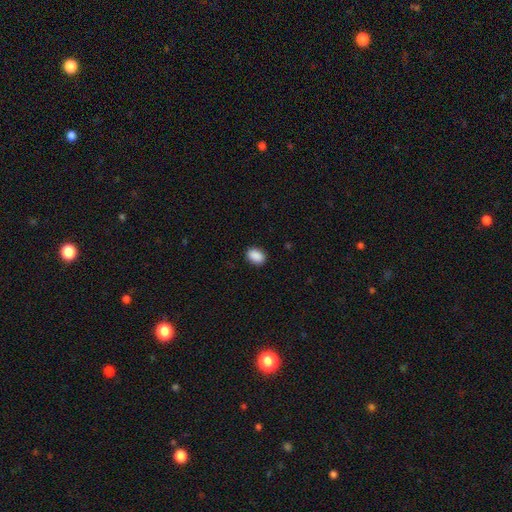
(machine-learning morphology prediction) This is clearly a smooth galaxy (90%). How rounded: likely in between (79%). Merging: clearly none (88%).